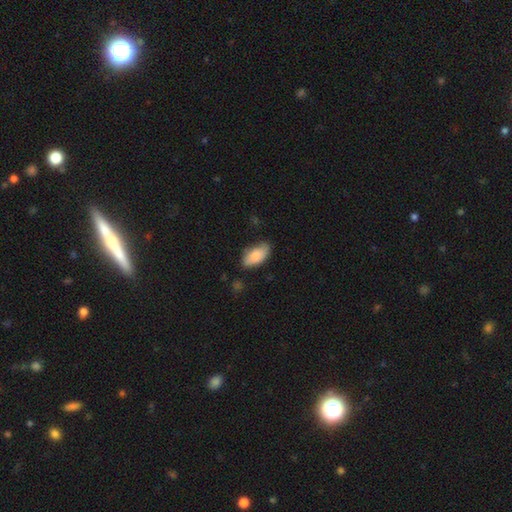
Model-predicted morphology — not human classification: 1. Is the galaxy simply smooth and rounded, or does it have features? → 83% smooth, 11% featured or disk, 7% star or artifact.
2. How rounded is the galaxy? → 93% in between, 5% cigar-shaped, 3% round.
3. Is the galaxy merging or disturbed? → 65% none, 27% minor disturbance, 5% major disturbance, 2% merger.